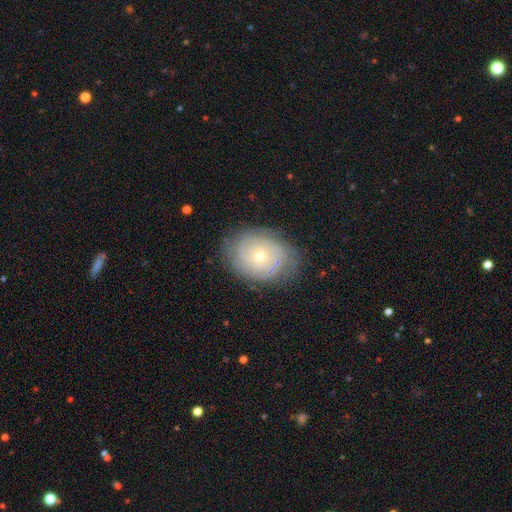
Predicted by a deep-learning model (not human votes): The model was most divided on "bulge size": small: 62%, moderate: 35%, large: 1%, none: 1%, dominant: 1%. Remaining: edge-on disk — no (96%); spiral arms — yes (88%); bar — no (82%); merging — none (81%); spiral winding — tight (79%); smooth or featured — featured or disk (69%); spiral arm count — can't tell (48%).